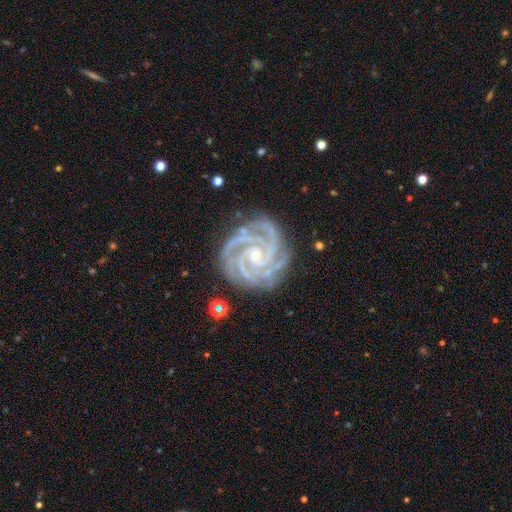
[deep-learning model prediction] Smooth or featured? Predicted: featured or disk (p=0.93). Edge-on disk? Predicted: no (p=0.98). Bar? Predicted: no (p=0.62). Spiral arms? Predicted: yes (p=0.99). Spiral winding? Predicted: tight (p=0.81). Spiral arm count? Predicted: 3 (p=0.37). Bulge size? Predicted: small (p=0.71). Merging? Predicted: none (p=0.80).